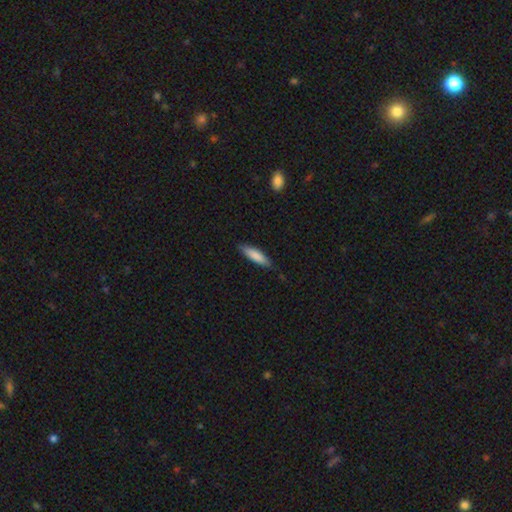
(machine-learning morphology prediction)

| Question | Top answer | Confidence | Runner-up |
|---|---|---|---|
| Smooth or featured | smooth | 84% | featured or disk (10%) |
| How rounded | cigar-shaped | 69% | in between (30%) |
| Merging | none | 84% | minor disturbance (13%) |